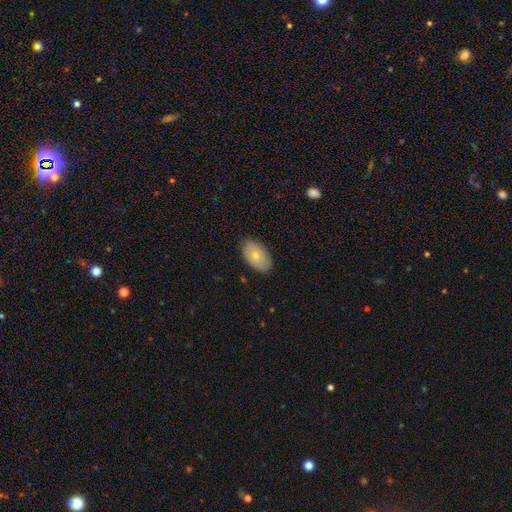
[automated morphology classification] Smooth or featured: smooth — 68% (featured or disk — 25%)
How rounded: in between — 92% (round — 7%)
Merging: none — 84% (minor disturbance — 13%)